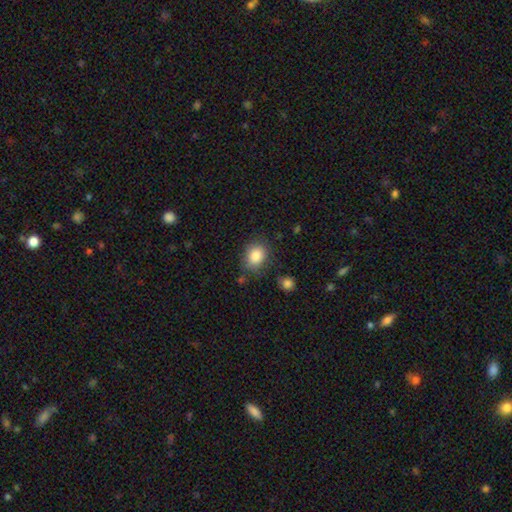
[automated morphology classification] This appears to be a smooth galaxy with no disk features (85%) that is in between round and cigar-shaped (51%). Merging: none (74%).